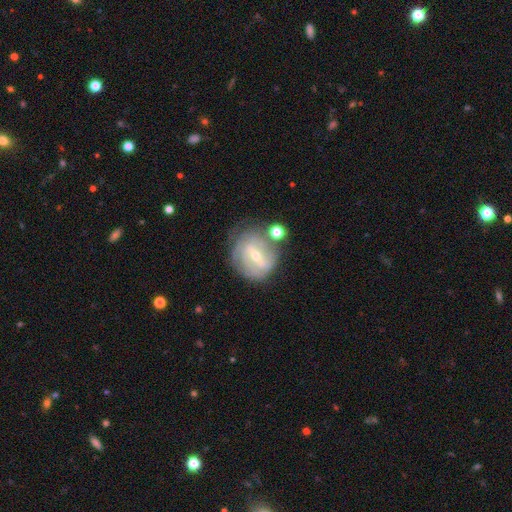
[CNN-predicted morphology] smooth_or_featured: featured or disk (p=0.74) [alt: smooth p=0.19]
disk_edge_on: no (p=0.95) [alt: yes p=0.05]
bar: weak (p=0.43) [alt: strong p=0.42]
has_spiral_arms: yes (p=0.74) [alt: no p=0.26]
spiral_winding: tight (p=0.53) [alt: medium p=0.32]
spiral_arm_count: can't tell (p=0.41) [alt: 2 p=0.39]
bulge_size: small (p=0.57) [alt: moderate p=0.39]
merging: none (p=0.59) [alt: minor disturbance p=0.20]